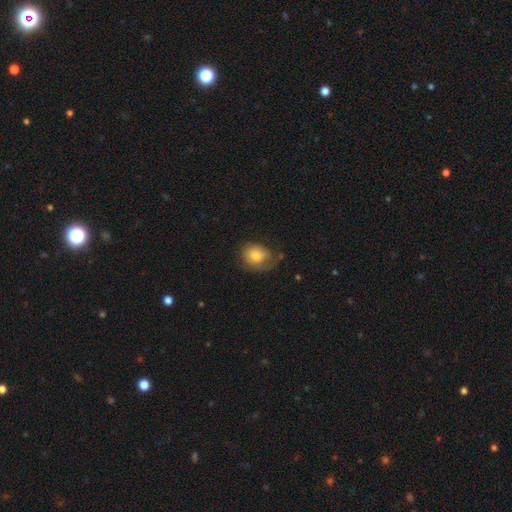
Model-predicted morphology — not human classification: smooth_or_featured: smooth (p=0.73) [alt: featured or disk p=0.19]
how_rounded: round (p=0.55) [alt: in between p=0.44]
merging: none (p=0.47) [alt: minor disturbance p=0.31]